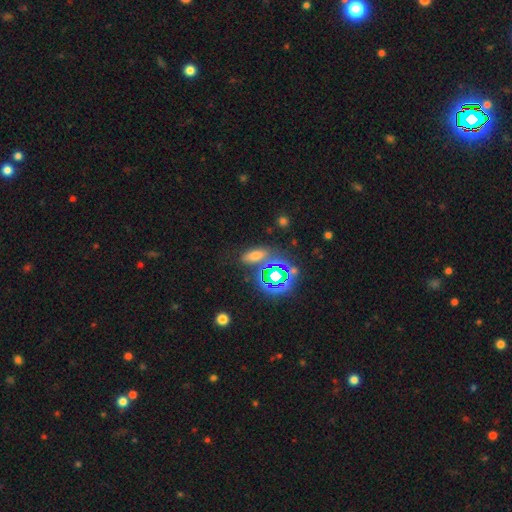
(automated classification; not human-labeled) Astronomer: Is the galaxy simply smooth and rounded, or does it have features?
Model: smooth — 56% (runner-up: star or artifact, 33%).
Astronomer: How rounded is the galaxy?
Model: in between — 74%.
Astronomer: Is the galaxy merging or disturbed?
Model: none — 72%.